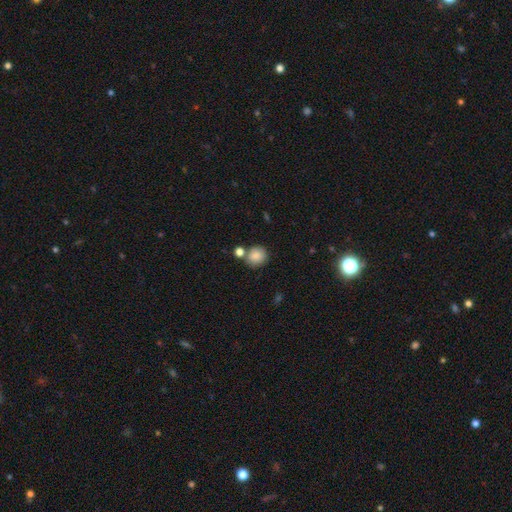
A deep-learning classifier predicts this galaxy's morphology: smooth_or_featured: smooth (p=0.86) [alt: star or artifact p=0.08]
how_rounded: round (p=0.82) [alt: in between p=0.17]
merging: none (p=0.65) [alt: merger p=0.20]